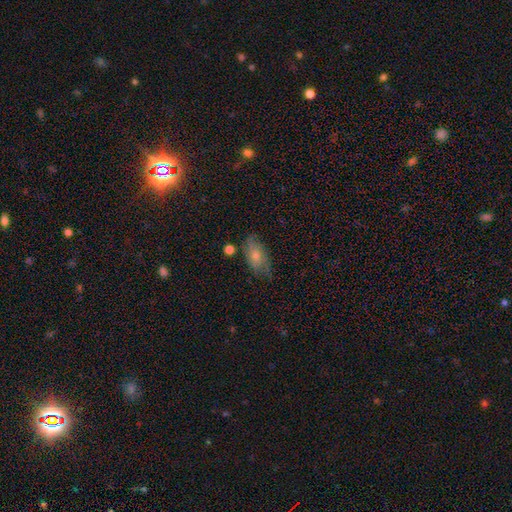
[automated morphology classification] Smooth or featured?
  - smooth: 61% *
  - featured or disk: 31%
  - star or artifact: 8%
How rounded?
  - in between: 89% *
  - round: 6%
  - cigar-shaped: 5%
Merging?
  - none: 58% *
  - minor disturbance: 29%
  - major disturbance: 9%
  - merger: 4%